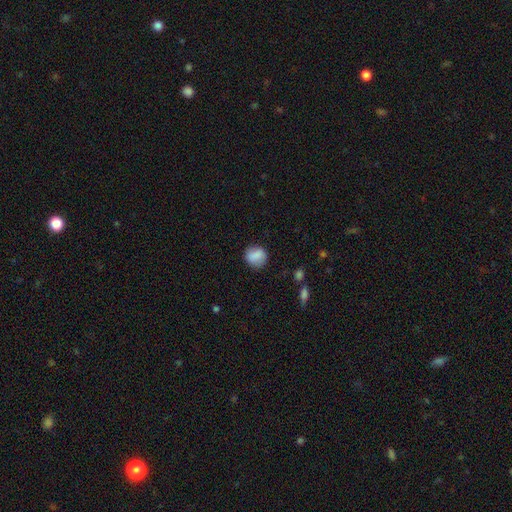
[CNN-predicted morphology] A smooth galaxy with no disk features (84%) that is round (74%). Merging: none (81%).